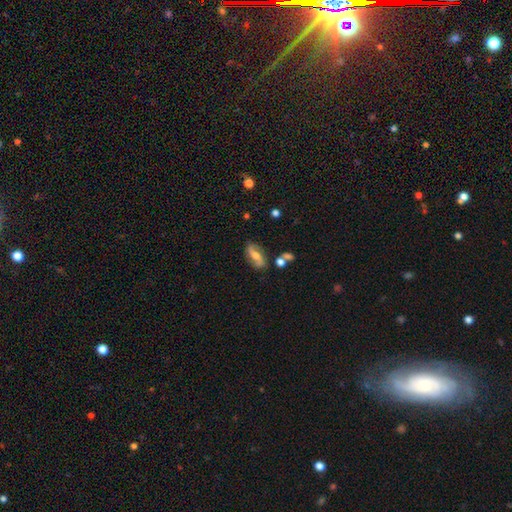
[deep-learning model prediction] smooth_or_featured: featured or disk (p=0.69) [alt: smooth p=0.24]
disk_edge_on: no (p=0.92) [alt: yes p=0.08]
bar: weak (p=0.38) [alt: no p=0.34]
has_spiral_arms: yes (p=0.89) [alt: no p=0.11]
spiral_winding: loose (p=0.60) [alt: medium p=0.28]
spiral_arm_count: 2 (p=0.90) [alt: can't tell p=0.04]
bulge_size: moderate (p=0.58) [alt: small p=0.27]
merging: none (p=0.76) [alt: minor disturbance p=0.14]